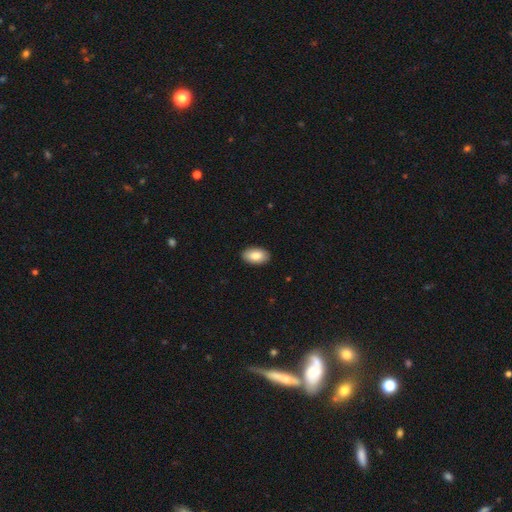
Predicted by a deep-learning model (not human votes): A smooth galaxy with no disk features (86%) that is in between round and cigar-shaped (94%).

Vote fractions:
- Smooth or featured? smooth: 86% / featured or disk: 8% / star or artifact: 6%
- How rounded? in between: 94% / round: 4% / cigar-shaped: 2%
- Merging? none: 90% / minor disturbance: 7% / major disturbance: 2% / merger: 1%